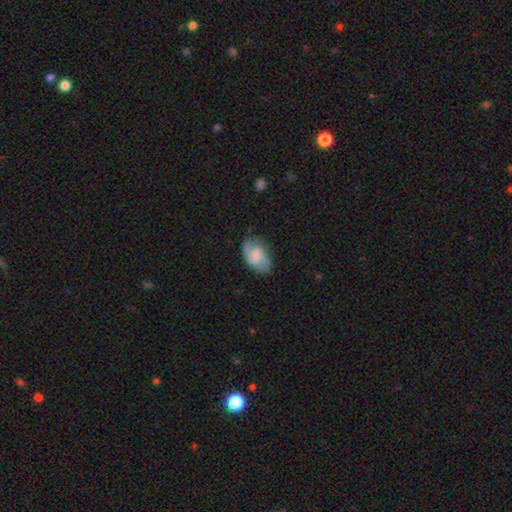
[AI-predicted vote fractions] Q: Smooth or featured?
A: featured or disk (56%); runner-up: smooth (37%)
Q: Edge-on disk?
A: no (97%); runner-up: yes (3%)
Q: Bar?
A: no (55%); runner-up: weak (38%)
Q: Spiral arms?
A: yes (87%); runner-up: no (13%)
Q: Bulge size?
A: none (32%); runner-up: small (25%)
Q: Merging?
A: none (66%); runner-up: minor disturbance (23%)